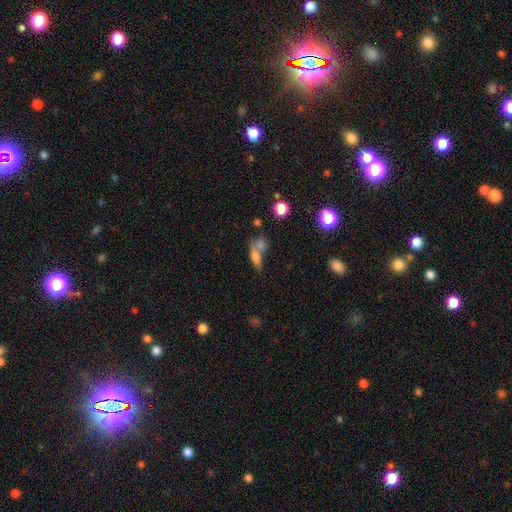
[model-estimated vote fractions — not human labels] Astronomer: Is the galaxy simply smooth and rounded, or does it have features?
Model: smooth — 52%.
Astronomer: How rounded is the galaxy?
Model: in between — 58%.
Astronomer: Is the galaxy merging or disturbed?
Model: merger — 46% (runner-up: none, 33%).